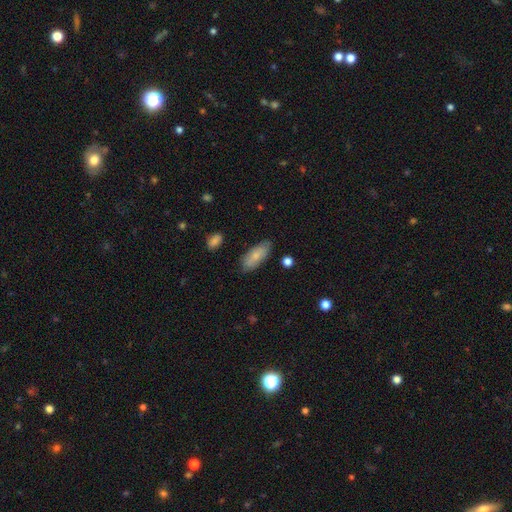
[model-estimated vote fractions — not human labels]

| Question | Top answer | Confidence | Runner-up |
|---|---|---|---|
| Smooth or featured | smooth | 75% | featured or disk (19%) |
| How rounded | in between | 82% | cigar-shaped (16%) |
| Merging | none | 79% | minor disturbance (16%) |